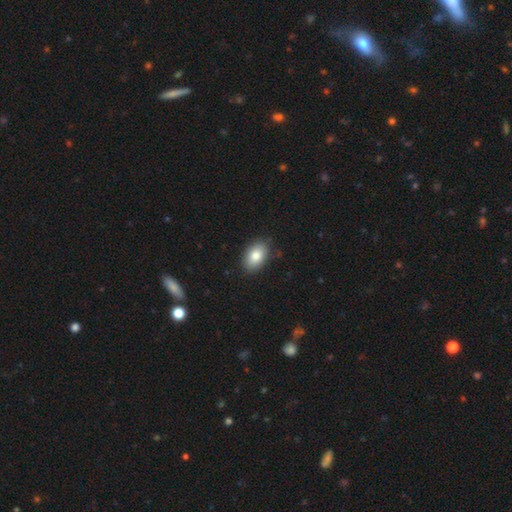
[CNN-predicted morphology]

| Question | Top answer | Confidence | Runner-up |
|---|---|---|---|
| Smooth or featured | smooth | 84% | featured or disk (9%) |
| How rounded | in between | 90% | round (9%) |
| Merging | none | 84% | minor disturbance (12%) |